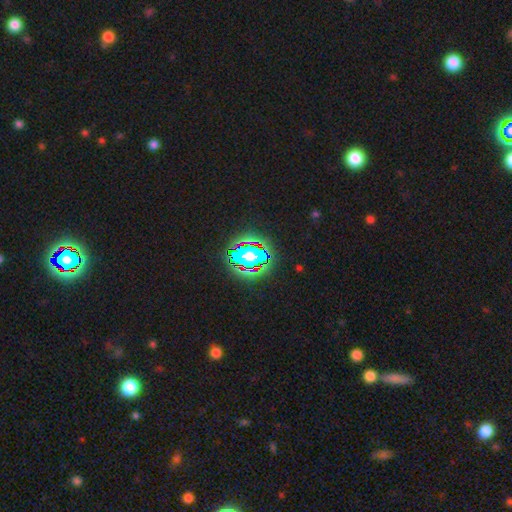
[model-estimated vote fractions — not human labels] Smooth or featured: star or artifact — 53% (smooth — 28%)